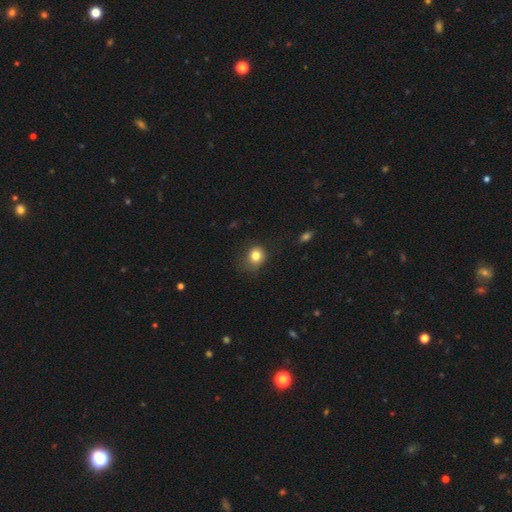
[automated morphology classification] Smooth or featured? Predicted: smooth (p=0.80). How rounded? Predicted: round (p=0.69). Merging? Predicted: none (p=0.61).